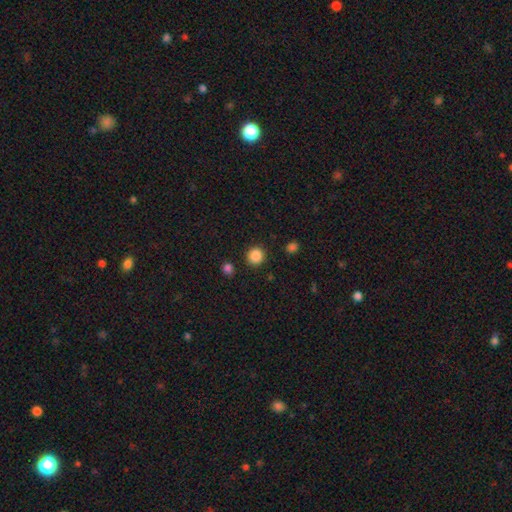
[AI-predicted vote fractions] smooth_or_featured: smooth (p=0.87) [alt: star or artifact p=0.11]
how_rounded: round (p=0.92) [alt: in between p=0.07]
merging: none (p=0.89) [alt: minor disturbance p=0.06]